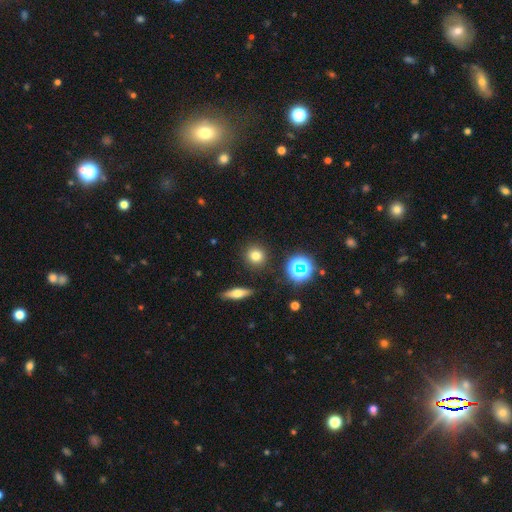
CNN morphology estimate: type=smooth (73%); roundness=round (91%); merging=none (89%).